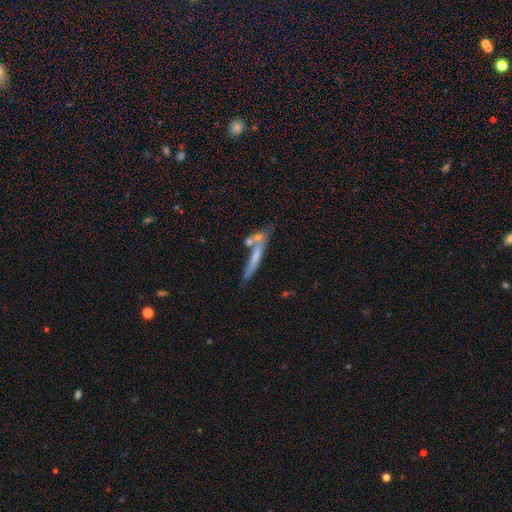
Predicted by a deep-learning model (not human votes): smooth-or-featured: smooth: 51% | featured or disk: 42% | star or artifact: 8%
  how-rounded: cigar-shaped: 92% | in between: 6% | round: 2%
  merging: none: 61% | merger: 17% | minor disturbance: 16% | major disturbance: 6%